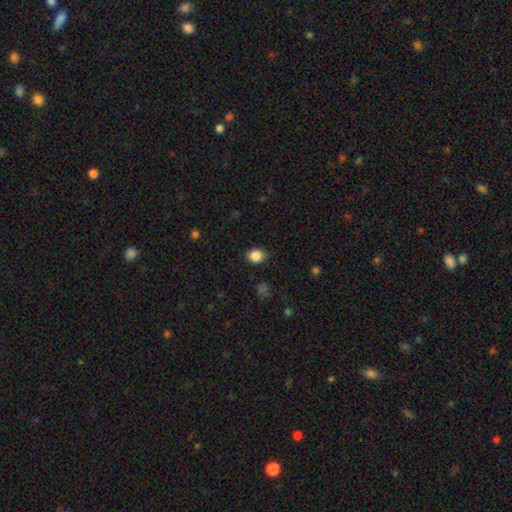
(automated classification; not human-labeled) Morphology: type=smooth (86%); roundness=round (66%); merging=none (84%).